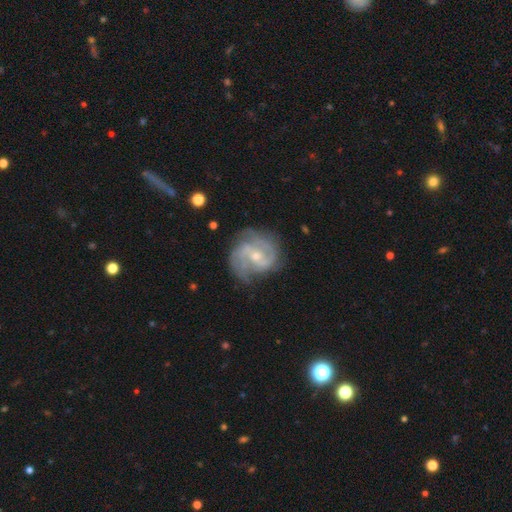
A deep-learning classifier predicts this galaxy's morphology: A featured or disk galaxy (84%) with a weak bar (47%), 2 (50%) medium (46%) spiral arms (94%) and a small central bulge (60%).

Vote fractions:
- Smooth or featured? featured or disk: 84% / smooth: 10% / star or artifact: 6%
- Edge-on disk? no: 98% / yes: 2%
- Bar? weak: 47% / no: 38% / strong: 15%
- Spiral arms? yes: 94% / no: 6%
- Spiral winding? medium: 46% / tight: 36% / loose: 17%
- Spiral arm count? 2: 50% / 3: 20% / can't tell: 19% / 4: 5% / 1: 4% / more than 4: 3%
- Bulge size? small: 60% / moderate: 37% / none: 1% / large: 1% / dominant: 1%
- Merging? none: 67% / minor disturbance: 21% / major disturbance: 10% / merger: 2%